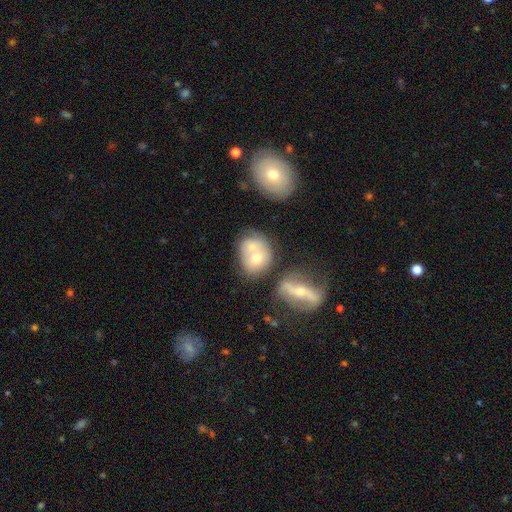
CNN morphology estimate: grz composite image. It shows a smooth galaxy with no disk features (58%) that is round (60%). Merging: merger (54%).